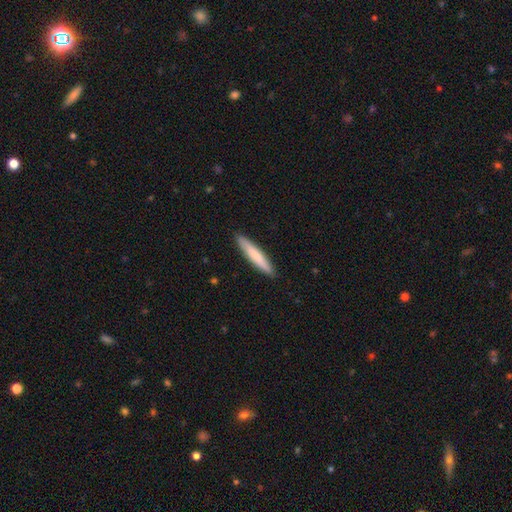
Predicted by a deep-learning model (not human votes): A smooth galaxy with no disk features (76%) that is cigar-shaped (93%).

Vote fractions:
- Smooth or featured? smooth: 76% / featured or disk: 20% / star or artifact: 5%
- How rounded? cigar-shaped: 93% / in between: 6% / round: 1%
- Merging? none: 91% / minor disturbance: 7% / major disturbance: 1% / merger: 1%